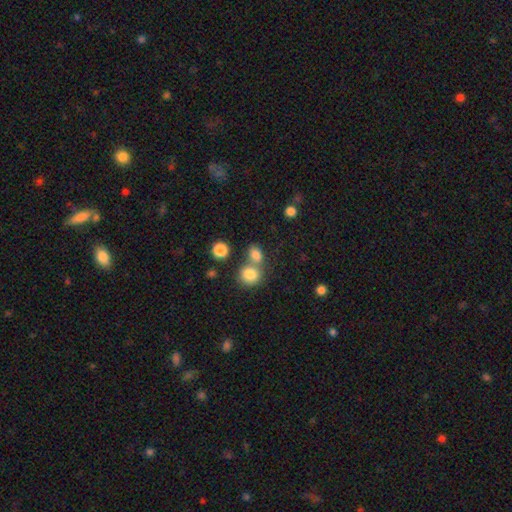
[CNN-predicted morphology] Q: Smooth or featured?
A: smooth (81%); runner-up: star or artifact (12%)
Q: How rounded?
A: round (50%); runner-up: in between (49%)
Q: Merging?
A: none (45%); runner-up: merger (42%)